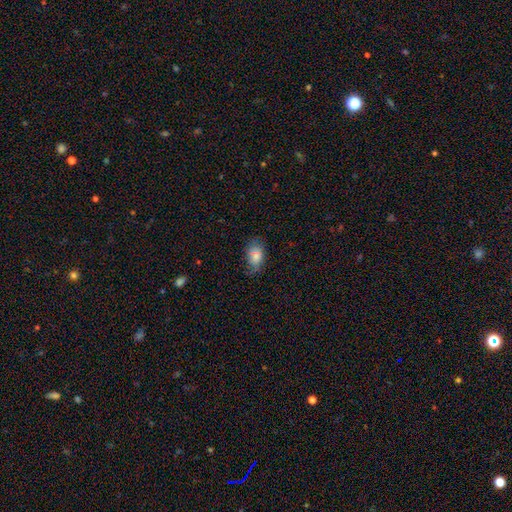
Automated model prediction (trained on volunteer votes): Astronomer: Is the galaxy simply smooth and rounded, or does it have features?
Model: smooth — 78%.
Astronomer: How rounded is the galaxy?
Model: in between — 90%.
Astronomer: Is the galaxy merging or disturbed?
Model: none — 65%.